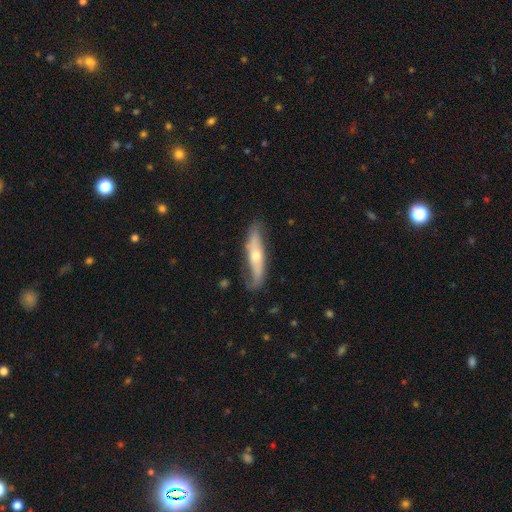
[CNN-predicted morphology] Smooth or featured: featured or disk — 59% (smooth — 35%)
Edge-on disk: yes — 56% (no — 44%)
Merging: none — 65% (minor disturbance — 24%)